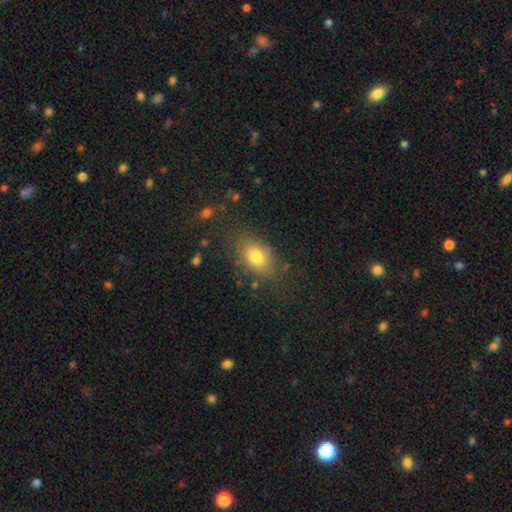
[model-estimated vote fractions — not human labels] The model was most divided on "merging": none: 75%, minor disturbance: 16%, major disturbance: 7%, merger: 2%. More confident: how rounded — in between (82%); smooth or featured — smooth (76%).